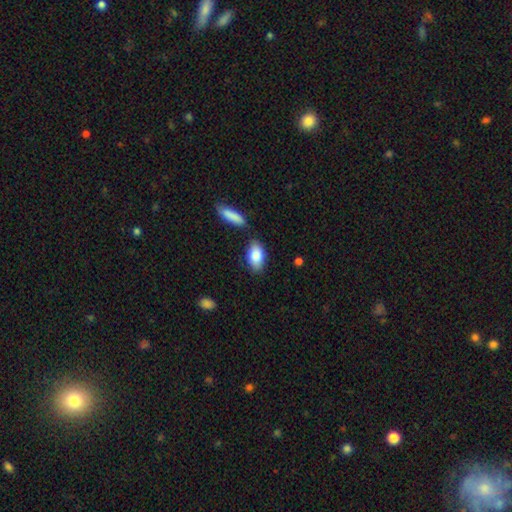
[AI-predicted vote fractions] Smooth or featured? Predicted: smooth (p=0.82). How rounded? Predicted: in between (p=0.91). Merging? Predicted: none (p=0.75).